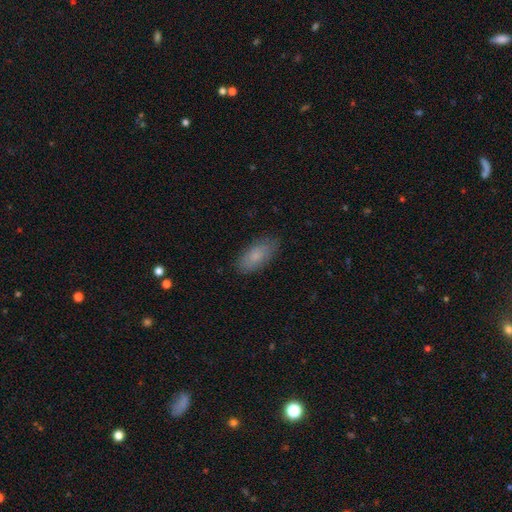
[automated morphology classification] Smooth or featured?
  - smooth: 80% *
  - featured or disk: 13%
  - star or artifact: 7%
How rounded?
  - in between: 89% *
  - cigar-shaped: 9%
  - round: 3%
Merging?
  - none: 82% *
  - minor disturbance: 14%
  - major disturbance: 3%
  - merger: 1%